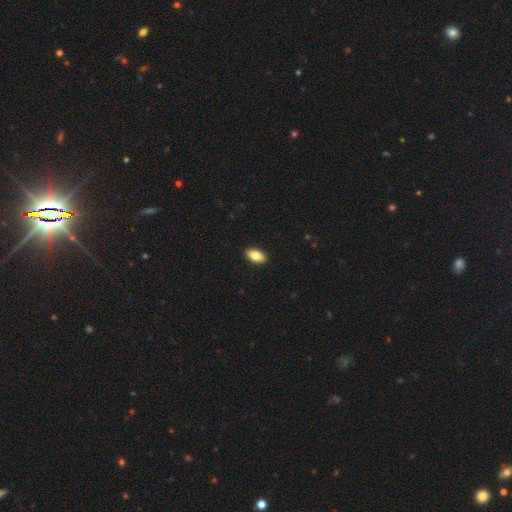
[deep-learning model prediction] Smooth or featured: smooth — 79% (featured or disk — 14%)
How rounded: in between — 91% (cigar-shaped — 5%)
Merging: none — 91% (minor disturbance — 7%)